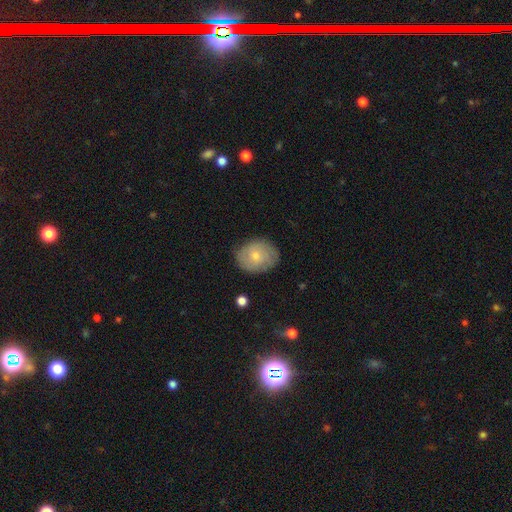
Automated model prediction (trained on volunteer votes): A smooth galaxy with no disk features (55%) that is round (56%).

Vote fractions:
- Smooth or featured? smooth: 55% / featured or disk: 38% / star or artifact: 7%
- How rounded? round: 56% / in between: 43% / cigar-shaped: 1%
- Merging? none: 77% / minor disturbance: 17% / major disturbance: 4% / merger: 1%